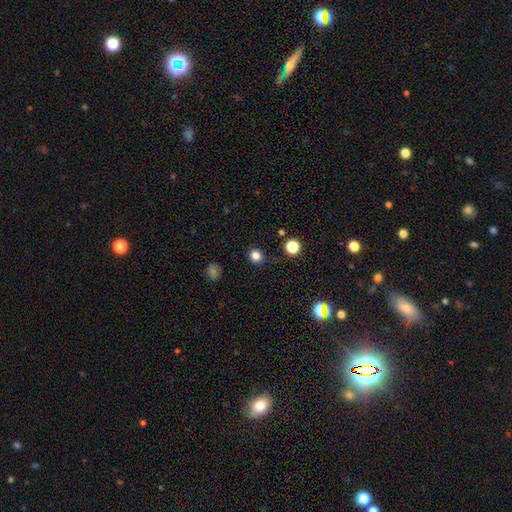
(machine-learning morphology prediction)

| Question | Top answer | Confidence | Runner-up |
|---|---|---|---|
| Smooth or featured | smooth | 83% | star or artifact (13%) |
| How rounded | round | 85% | in between (14%) |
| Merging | none | 86% | minor disturbance (10%) |